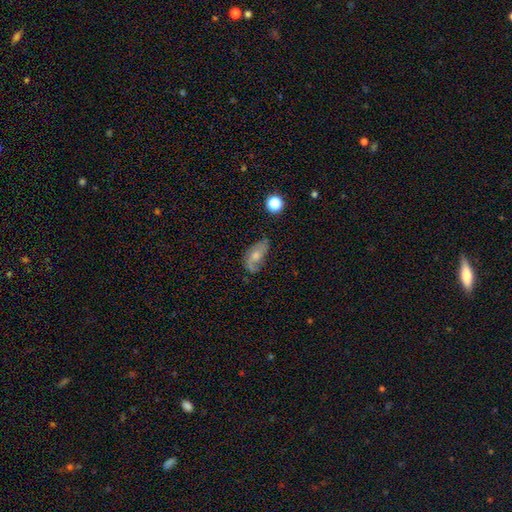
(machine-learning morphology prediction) smooth_or_featured: featured or disk (p=0.50) [alt: smooth p=0.41]
disk_edge_on: no (p=0.91) [alt: yes p=0.09]
merging: none (p=0.50) [alt: minor disturbance p=0.30]